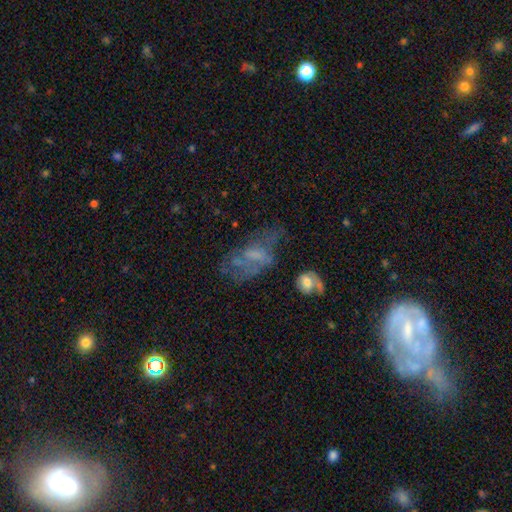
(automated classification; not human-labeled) Smooth or featured: featured or disk — 53% (smooth — 34%)
Edge-on disk: no — 93% (yes — 7%)
Merging: none — 40% (major disturbance — 30%)